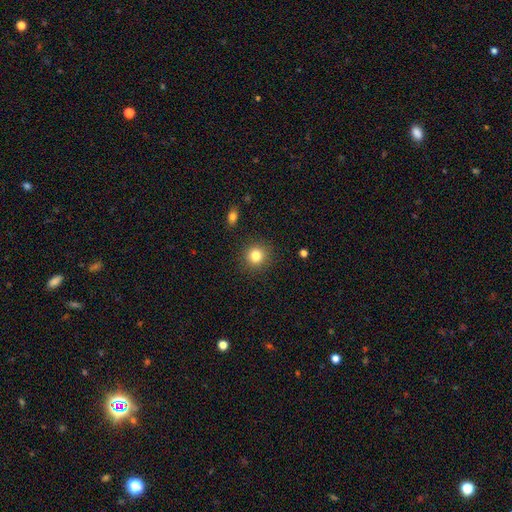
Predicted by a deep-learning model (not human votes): Smooth or featured: smooth — 83% (star or artifact — 11%)
How rounded: round — 91% (in between — 8%)
Merging: none — 90% (minor disturbance — 6%)